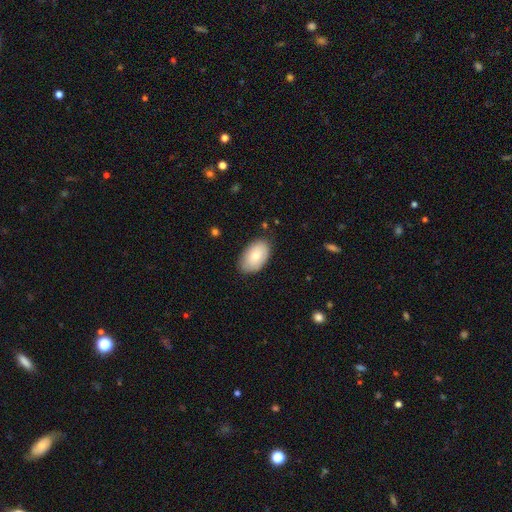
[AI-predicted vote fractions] Q: Smooth or featured?
A: smooth (79%); runner-up: featured or disk (15%)
Q: How rounded?
A: in between (93%); runner-up: round (5%)
Q: Merging?
A: none (83%); runner-up: minor disturbance (13%)